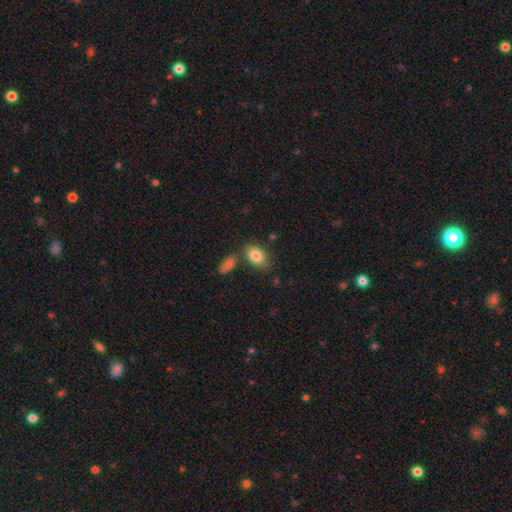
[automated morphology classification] Smooth or featured?
  - smooth: 82% *
  - featured or disk: 10%
  - star or artifact: 7%
How rounded?
  - in between: 84% *
  - round: 14%
  - cigar-shaped: 2%
Merging?
  - none: 66% *
  - minor disturbance: 15%
  - merger: 14%
  - major disturbance: 4%